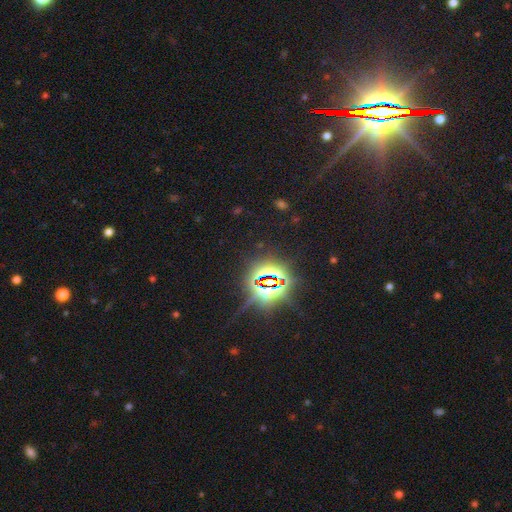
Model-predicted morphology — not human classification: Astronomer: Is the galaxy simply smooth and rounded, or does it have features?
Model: star or artifact — 84%.